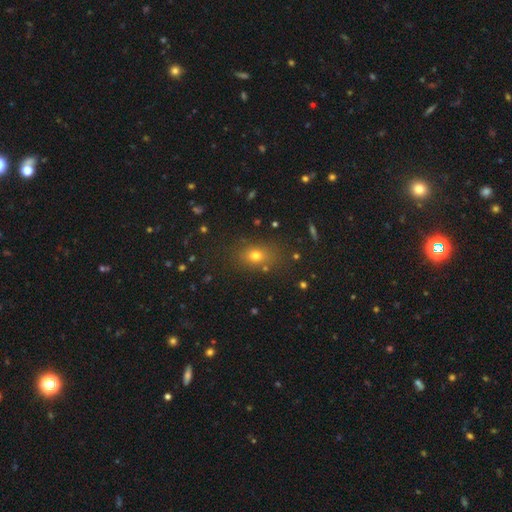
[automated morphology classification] Overall: smooth (70%). How rounded: in between (57%; round 41%). Merging: none (80%).